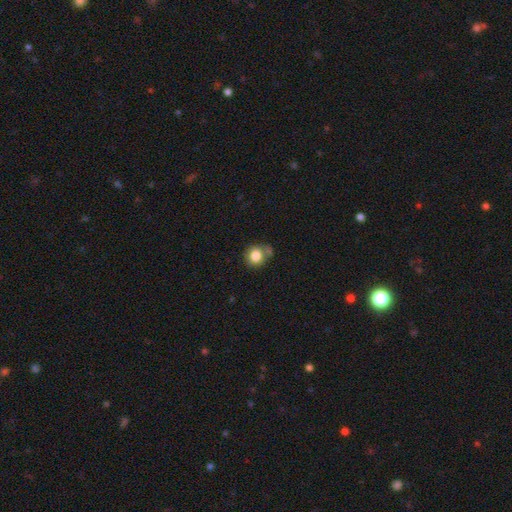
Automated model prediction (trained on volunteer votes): A smooth galaxy with no disk features (83%) that is round (78%).

Vote fractions:
- Smooth or featured? smooth: 83% / star or artifact: 10% / featured or disk: 7%
- How rounded? round: 78% / in between: 21% / cigar-shaped: 1%
- Merging? none: 58% / minor disturbance: 20% / merger: 16% / major disturbance: 6%